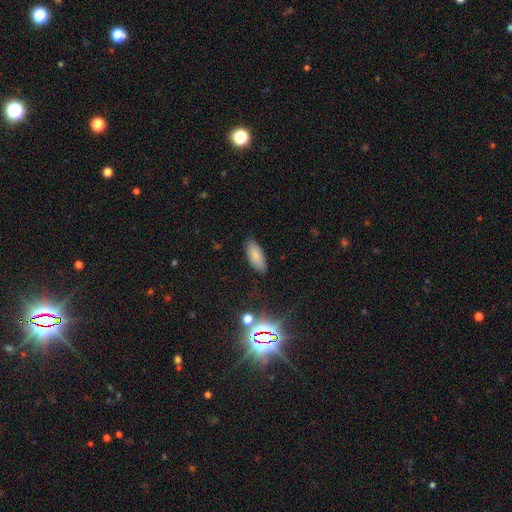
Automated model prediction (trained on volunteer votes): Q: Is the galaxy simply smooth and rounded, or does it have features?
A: smooth — 82%.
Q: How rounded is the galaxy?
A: in between — 83%.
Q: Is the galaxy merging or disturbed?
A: none — 85%.